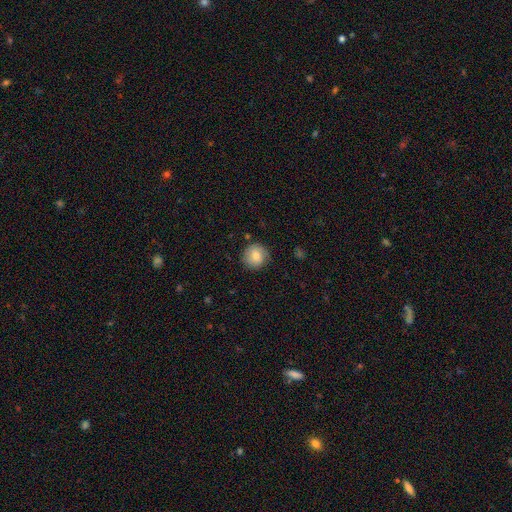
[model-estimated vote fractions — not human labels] This is likely a smooth galaxy (76%). How rounded: clearly round (93%). Merging: clearly none (81%).